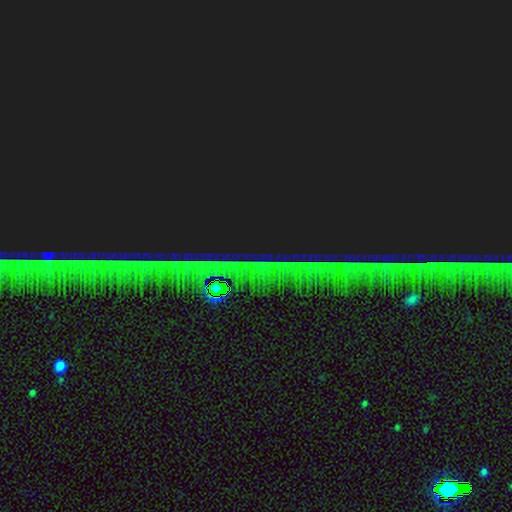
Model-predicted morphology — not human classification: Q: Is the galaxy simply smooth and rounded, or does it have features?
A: star or artifact — 84%.